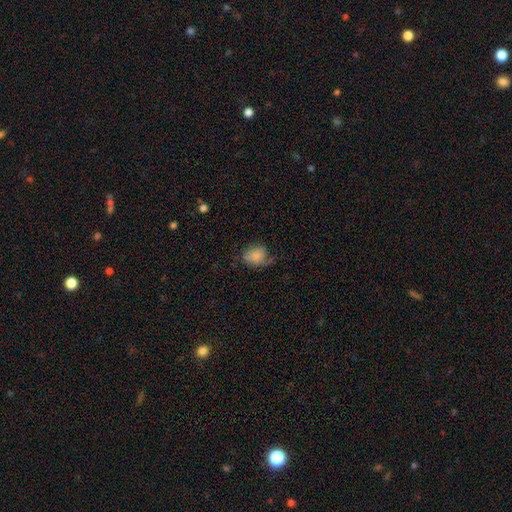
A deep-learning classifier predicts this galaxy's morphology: This is likely a smooth galaxy (74%). How rounded: likely in between (61%). Merging: possibly none (47%).